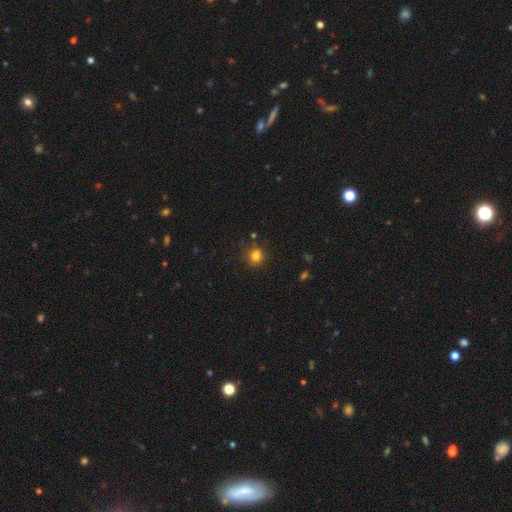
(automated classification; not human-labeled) Smooth or featured? smooth (80%)
How rounded? round (81%)
Merging? none (83%)